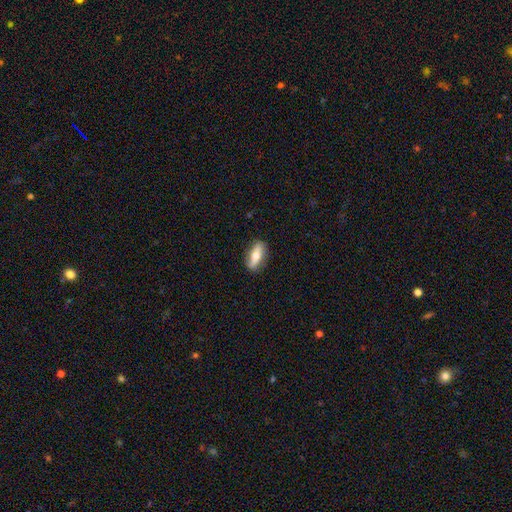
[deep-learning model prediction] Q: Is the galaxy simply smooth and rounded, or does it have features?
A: smooth — 49%.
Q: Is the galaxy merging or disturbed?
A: none — 83%.